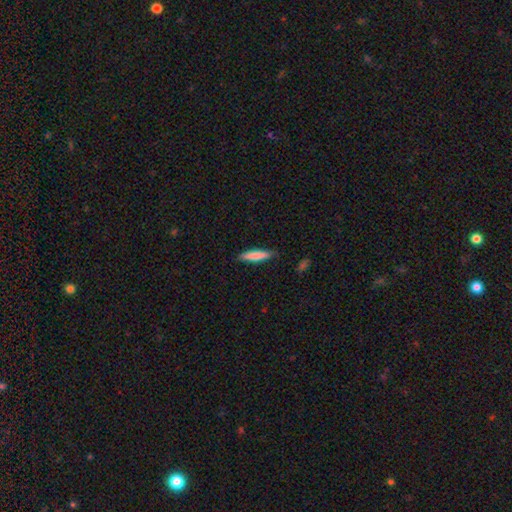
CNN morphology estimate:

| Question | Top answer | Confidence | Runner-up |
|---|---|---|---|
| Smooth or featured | smooth | 76% | featured or disk (19%) |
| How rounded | cigar-shaped | 84% | in between (15%) |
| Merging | none | 86% | minor disturbance (11%) |